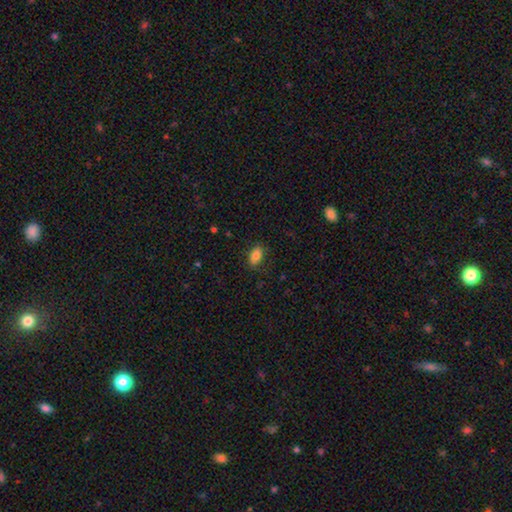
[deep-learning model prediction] The model was most divided on "merging": none: 81%, minor disturbance: 14%, major disturbance: 4%, merger: 1%. More confident: how rounded — in between (90%); smooth or featured — smooth (83%).